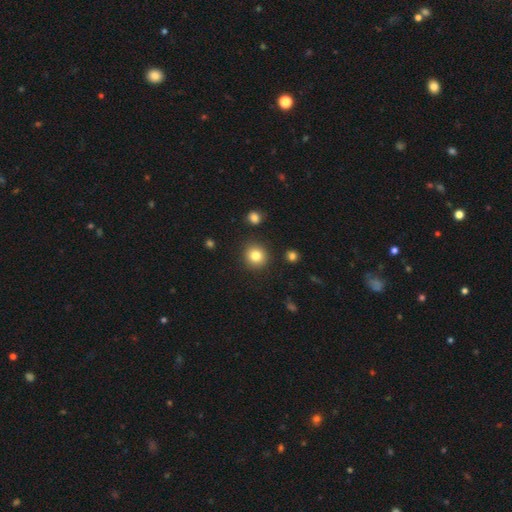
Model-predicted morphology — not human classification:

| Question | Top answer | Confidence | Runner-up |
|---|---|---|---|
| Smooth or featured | smooth | 82% | star or artifact (11%) |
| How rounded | round | 91% | in between (8%) |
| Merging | none | 89% | minor disturbance (6%) |